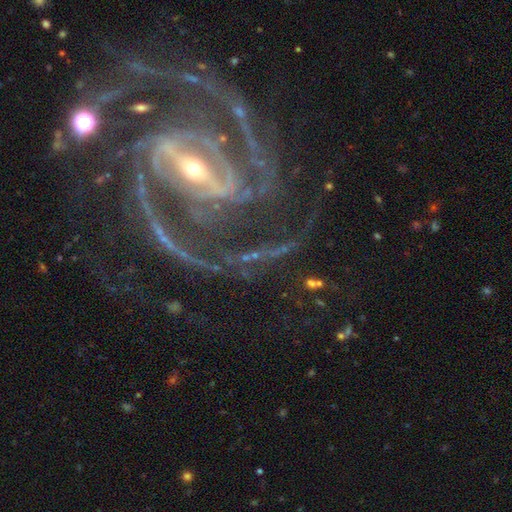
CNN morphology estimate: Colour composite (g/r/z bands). It shows a featured or disk galaxy (90%) with a strong bar (73%), 2 (39%) medium (46%) spiral arms (97%) and a small central bulge (68%). Merging: none (59%).